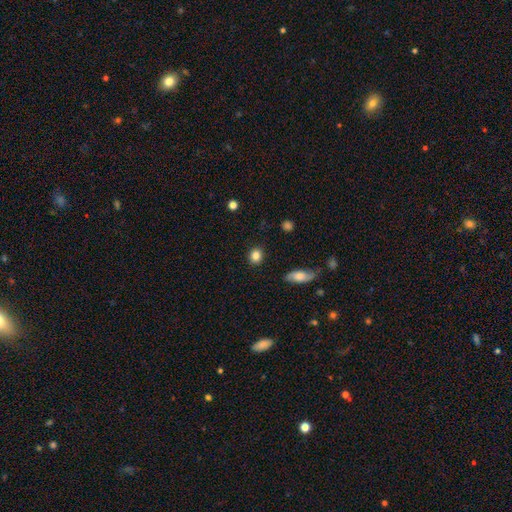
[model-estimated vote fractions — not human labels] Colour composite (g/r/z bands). It shows a smooth galaxy with no disk features (84%) that is round (76%). Merging: none (88%).